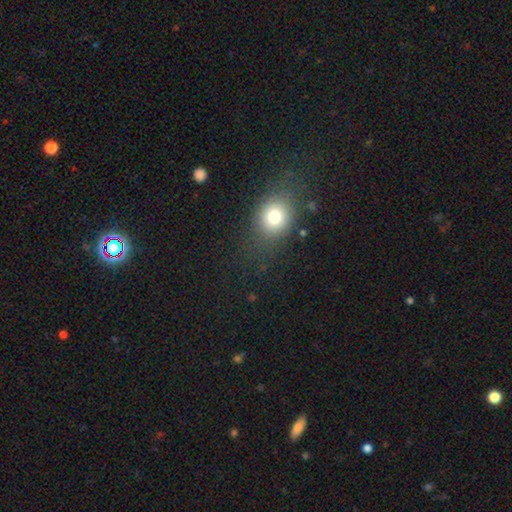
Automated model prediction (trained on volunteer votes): Morphology: type=smooth (69%); roundness=round (49%); merging=none (82%).